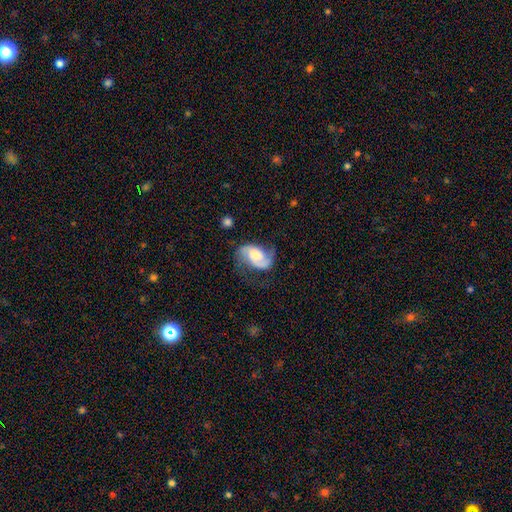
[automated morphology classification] Smooth or featured? featured or disk (75%)
Edge-on disk? no (97%)
Bar? no (55%)
Spiral arms? yes (94%)
Spiral winding? medium (44%)
Spiral arm count? 2 (84%)
Bulge size? moderate (54%)
Merging? none (58%)